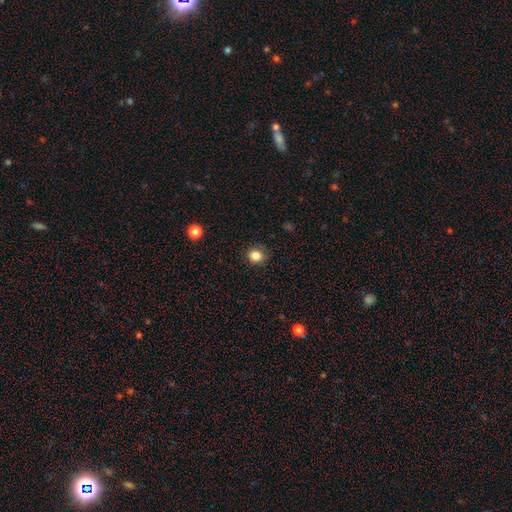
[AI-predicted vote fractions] smooth-or-featured: smooth: 83% | star or artifact: 12% | featured or disk: 5%
  how-rounded: round: 85% | in between: 14% | cigar-shaped: 1%
  merging: none: 89% | minor disturbance: 8% | major disturbance: 2% | merger: 1%